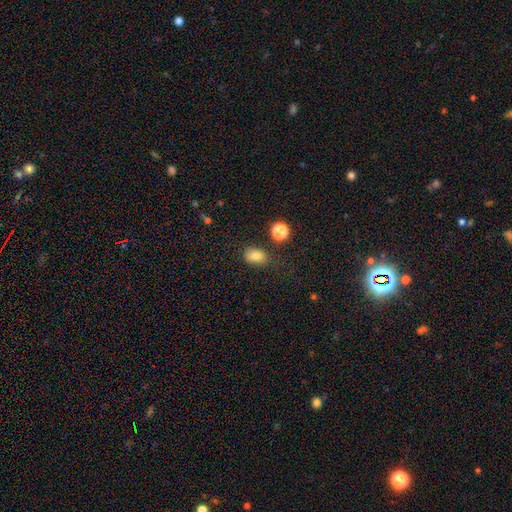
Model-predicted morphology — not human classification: smooth_or_featured: smooth (p=0.81) [alt: star or artifact p=0.12]
how_rounded: in between (p=0.73) [alt: round p=0.25]
merging: none (p=0.70) [alt: minor disturbance p=0.19]